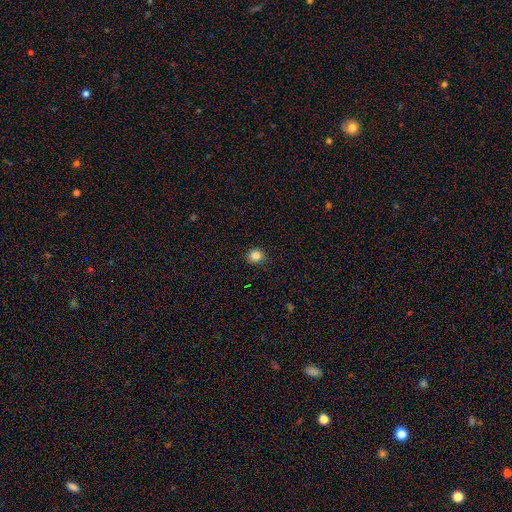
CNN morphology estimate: smooth_or_featured: smooth (p=0.84) [alt: star or artifact p=0.11]
how_rounded: round (p=0.81) [alt: in between p=0.18]
merging: none (p=0.89) [alt: minor disturbance p=0.08]